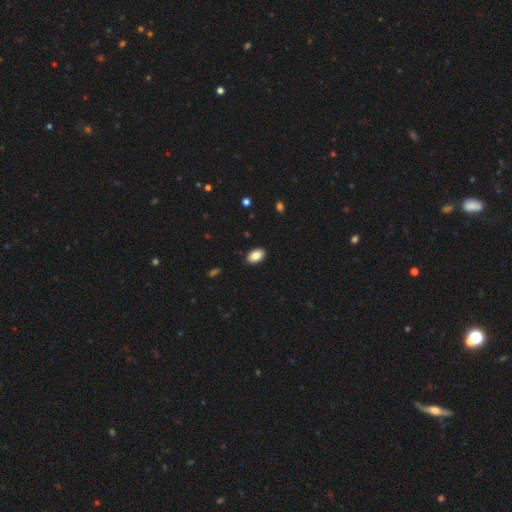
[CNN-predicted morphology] A smooth galaxy with no disk features (87%) that is in between round and cigar-shaped (91%).

Vote fractions:
- Smooth or featured? smooth: 87% / star or artifact: 7% / featured or disk: 6%
- How rounded? in between: 91% / round: 8% / cigar-shaped: 1%
- Merging? none: 89% / minor disturbance: 8% / major disturbance: 2% / merger: 1%